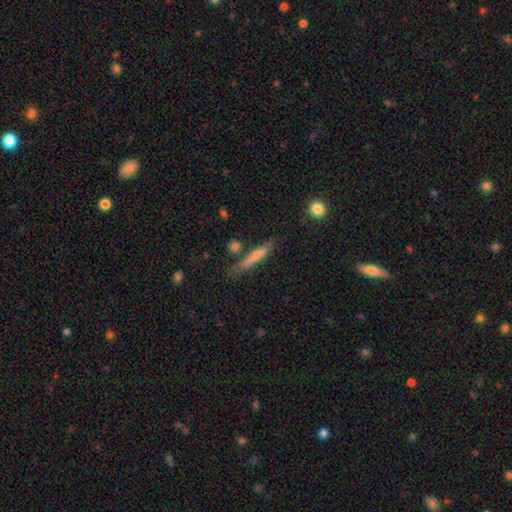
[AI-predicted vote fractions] This appears to be a smooth galaxy with no disk features (66%) that is cigar-shaped (91%). Merging: none (72%).